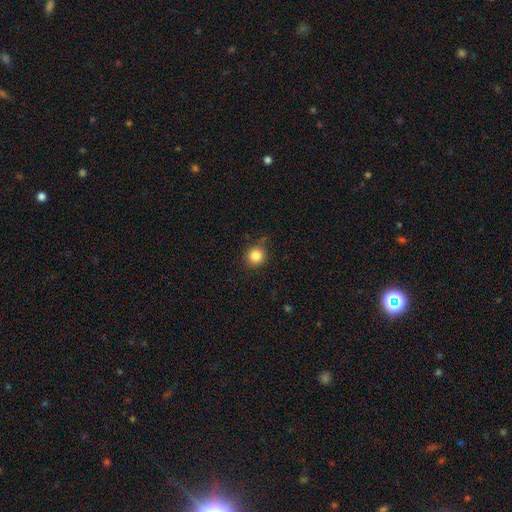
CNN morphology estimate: smooth-or-featured: smooth: 84% | star or artifact: 11% | featured or disk: 5%
  how-rounded: round: 91% | in between: 8% | cigar-shaped: 1%
  merging: none: 80% | minor disturbance: 15% | major disturbance: 4% | merger: 2%